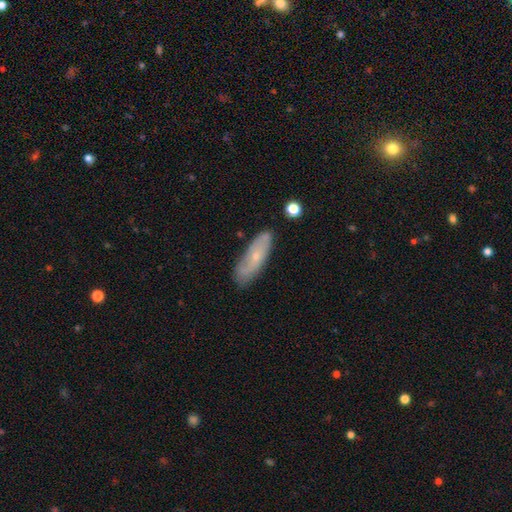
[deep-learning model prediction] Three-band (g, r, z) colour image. It shows a smooth galaxy with no disk features (47%). Merging: none (77%).